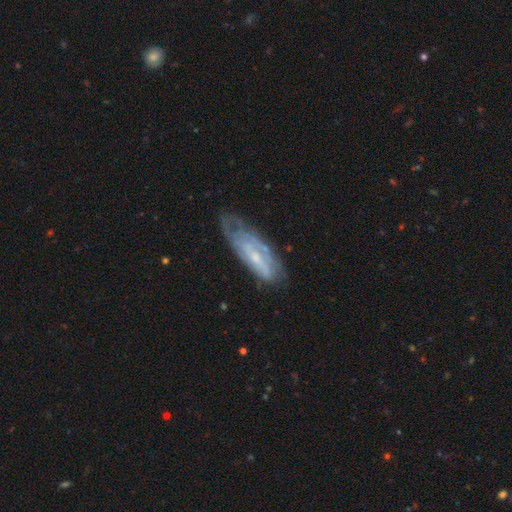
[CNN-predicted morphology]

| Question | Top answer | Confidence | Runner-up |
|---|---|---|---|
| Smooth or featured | featured or disk | 63% | smooth (29%) |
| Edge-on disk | no | 78% | yes (22%) |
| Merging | none | 53% | minor disturbance (30%) |